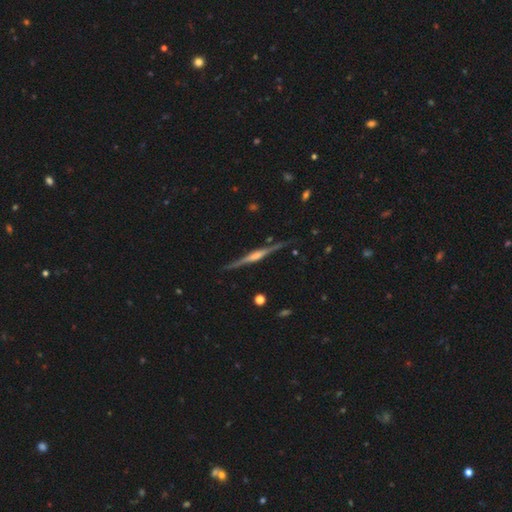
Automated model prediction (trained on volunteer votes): Smooth or featured? Predicted: featured or disk (p=0.84). Edge-on disk? Predicted: yes (p=0.98). Edge-on bulge? Predicted: rounded (p=0.73). Merging? Predicted: none (p=0.89).